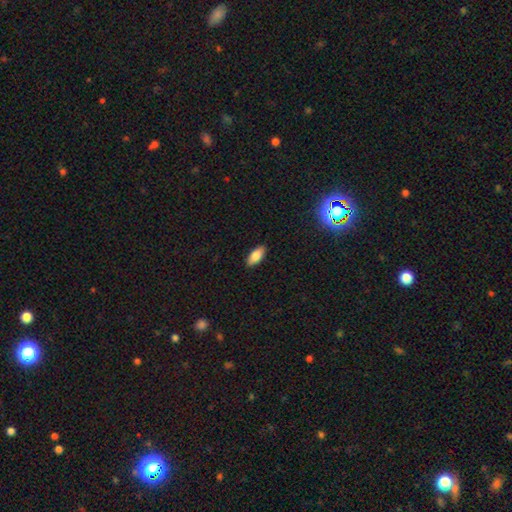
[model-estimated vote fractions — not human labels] Q: Smooth or featured?
A: smooth (84%); runner-up: featured or disk (9%)
Q: How rounded?
A: in between (87%); runner-up: cigar-shaped (11%)
Q: Merging?
A: none (89%); runner-up: minor disturbance (8%)